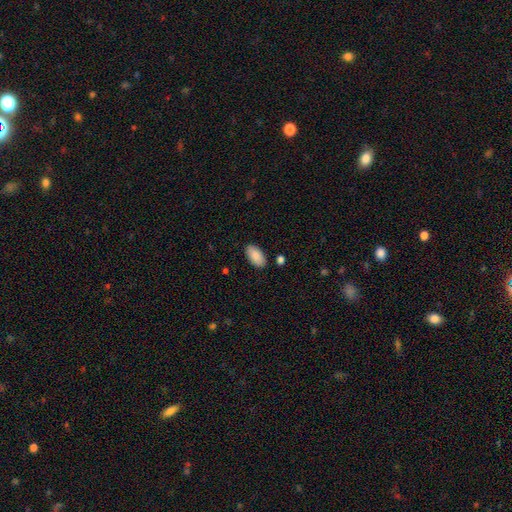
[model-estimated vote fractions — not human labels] Q: Smooth or featured?
A: smooth (89%); runner-up: star or artifact (6%)
Q: How rounded?
A: in between (95%); runner-up: cigar-shaped (2%)
Q: Merging?
A: none (87%); runner-up: minor disturbance (9%)